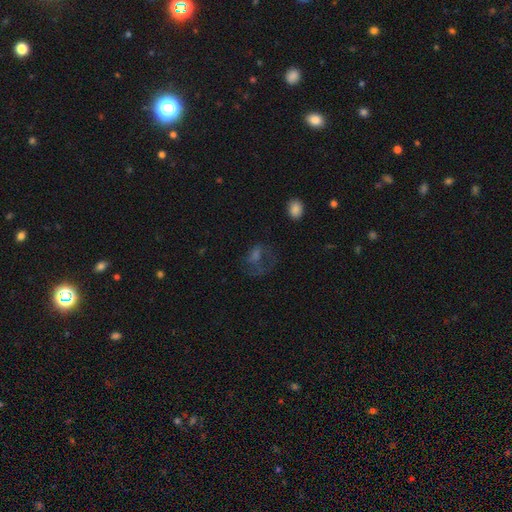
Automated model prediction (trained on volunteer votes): Smooth or featured?
  - smooth: 38% *
  - featured or disk: 36%
  - star or artifact: 27%
Merging?
  - none: 43% *
  - major disturbance: 36%
  - minor disturbance: 19%
  - merger: 3%